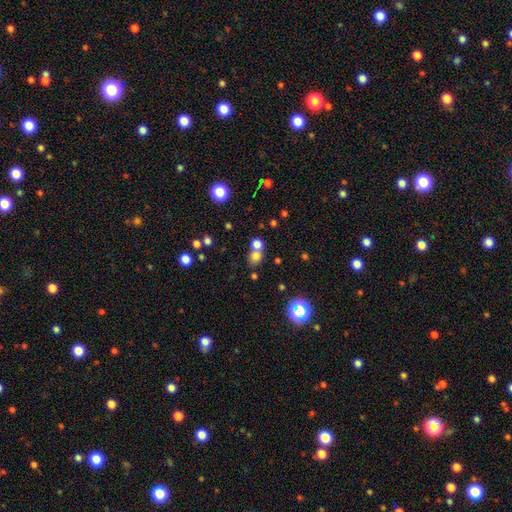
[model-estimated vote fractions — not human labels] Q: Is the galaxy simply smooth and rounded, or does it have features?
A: smooth — 73%.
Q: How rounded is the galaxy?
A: round — 76%.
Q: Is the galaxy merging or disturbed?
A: none — 48%.